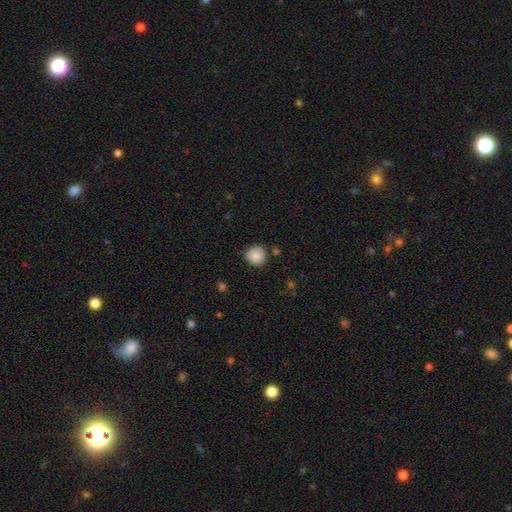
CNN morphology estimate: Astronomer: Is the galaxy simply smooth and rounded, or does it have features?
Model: smooth — 87%.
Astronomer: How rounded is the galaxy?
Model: round — 89%.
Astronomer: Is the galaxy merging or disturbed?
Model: none — 81%.